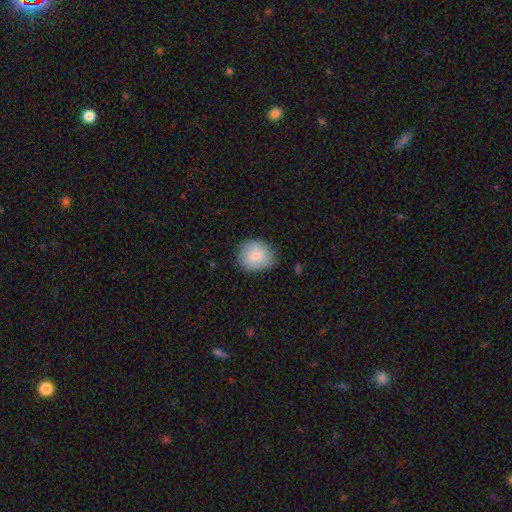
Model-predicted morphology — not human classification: The model was most divided on "how rounded": round: 65%, in between: 34%, cigar-shaped: 1%. More confident: smooth or featured — smooth (83%); merging — none (80%).